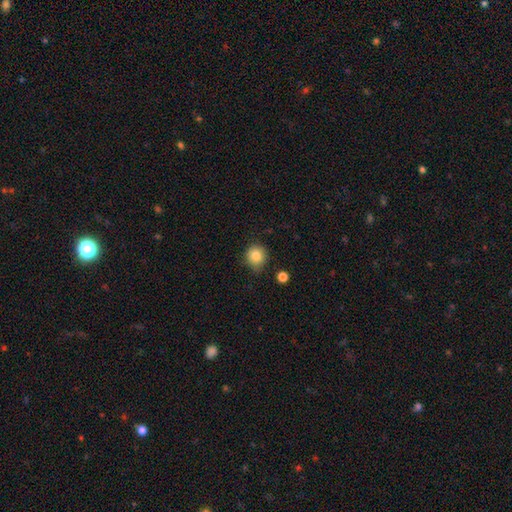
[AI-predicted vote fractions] Smooth or featured? smooth (84%)
How rounded? round (90%)
Merging? none (80%)